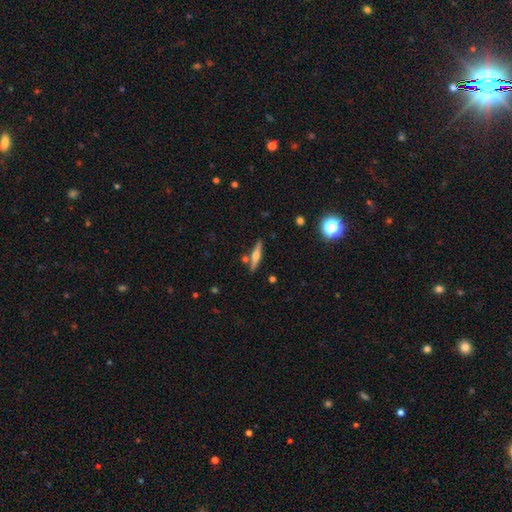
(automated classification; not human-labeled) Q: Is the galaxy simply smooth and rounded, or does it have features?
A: featured or disk — 61%.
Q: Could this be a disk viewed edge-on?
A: yes — 96%.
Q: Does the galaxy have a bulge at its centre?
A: rounded — 91%.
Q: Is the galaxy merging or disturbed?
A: none — 81%.